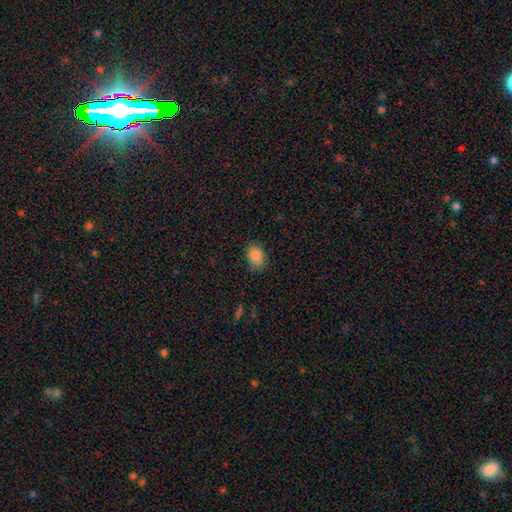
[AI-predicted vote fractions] This appears to be a smooth galaxy with no disk features (87%) that is in between round and cigar-shaped (74%). Merging: none (81%).